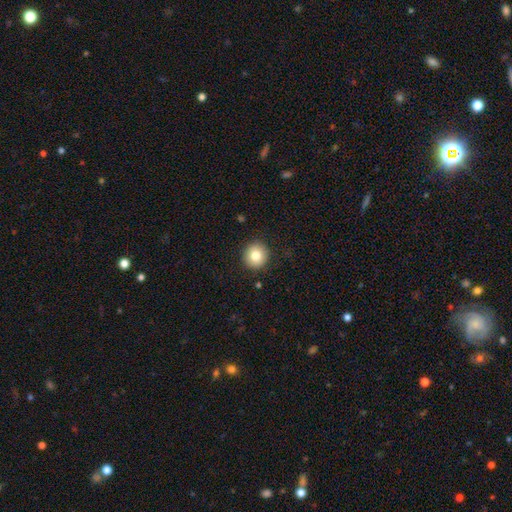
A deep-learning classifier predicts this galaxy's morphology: type=smooth (81%); roundness=round (92%); merging=none (90%).